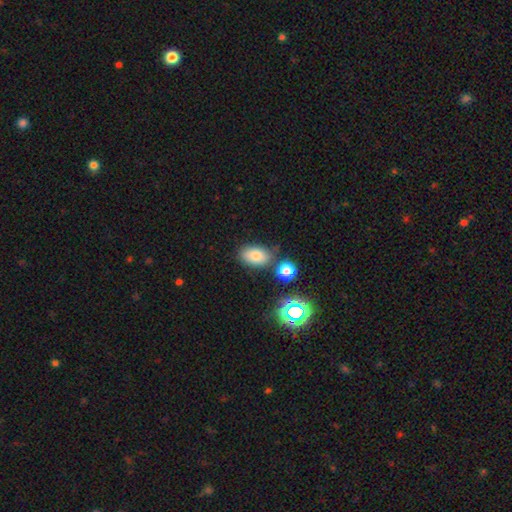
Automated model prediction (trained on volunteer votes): Q: Smooth or featured?
A: smooth (77%); runner-up: star or artifact (13%)
Q: How rounded?
A: in between (87%); runner-up: round (11%)
Q: Merging?
A: none (72%); runner-up: minor disturbance (13%)